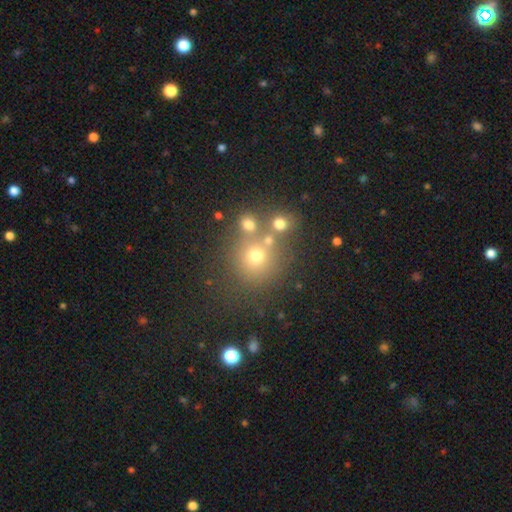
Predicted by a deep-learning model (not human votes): Morphology: type=smooth (63%); roundness=round (88%); merging=none (66%).